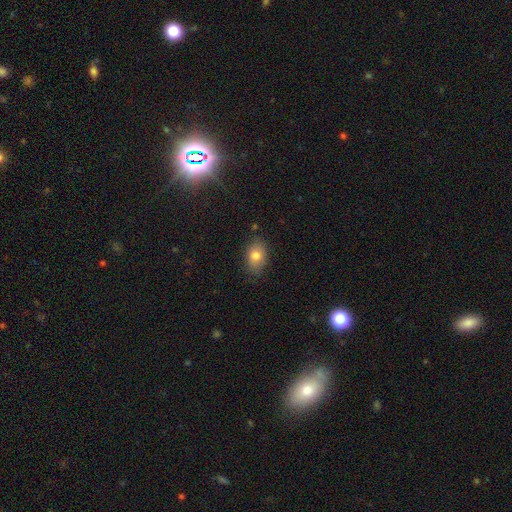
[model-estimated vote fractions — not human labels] The model was most divided on "how rounded": in between: 81%, round: 17%, cigar-shaped: 2%. More confident: smooth or featured — smooth (80%); merging — none (80%).